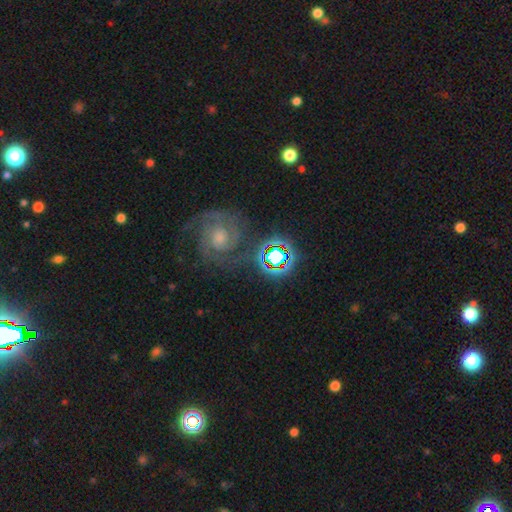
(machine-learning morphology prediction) This is possibly a featured or disk galaxy (47%). Merging: likely none (75%).